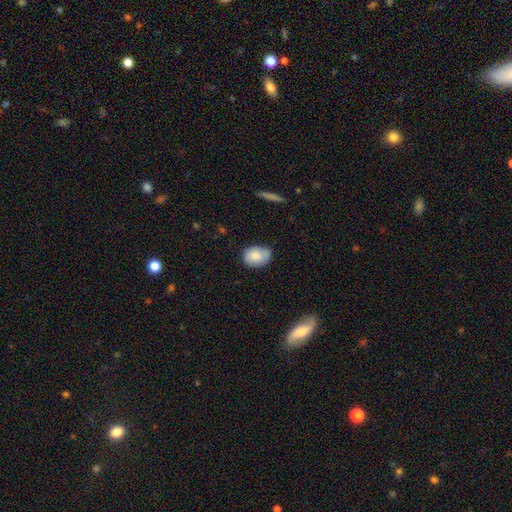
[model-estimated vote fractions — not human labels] Smooth or featured? smooth (79%)
How rounded? in between (66%)
Merging? none (66%)